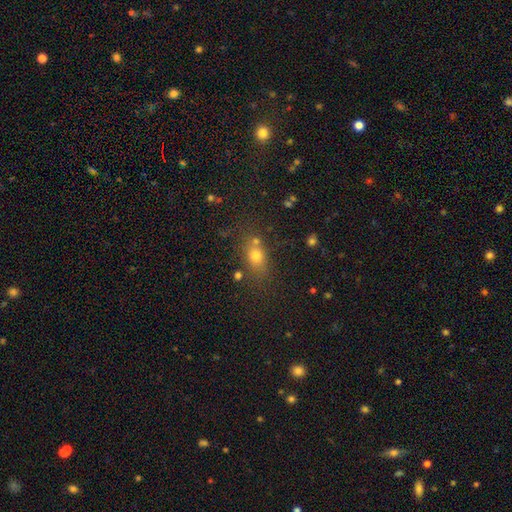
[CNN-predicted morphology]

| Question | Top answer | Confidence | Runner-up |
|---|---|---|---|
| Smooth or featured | smooth | 70% | star or artifact (18%) |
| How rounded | in between | 54% | round (39%) |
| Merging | none | 64% | merger (15%) |